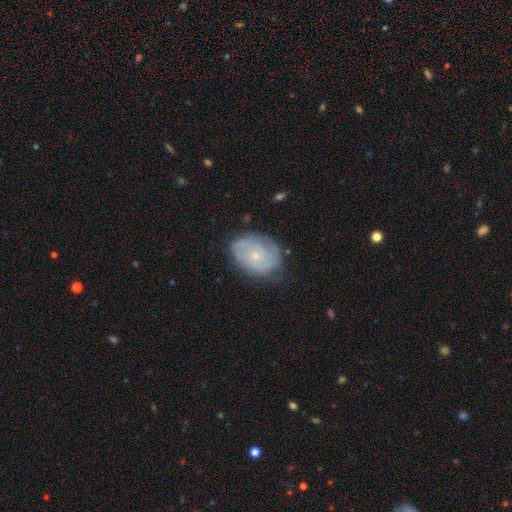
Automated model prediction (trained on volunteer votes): A featured or disk galaxy (63%) with no bar (82%), spiral arms (76%) and a small central bulge (72%). Merging: none (66%).